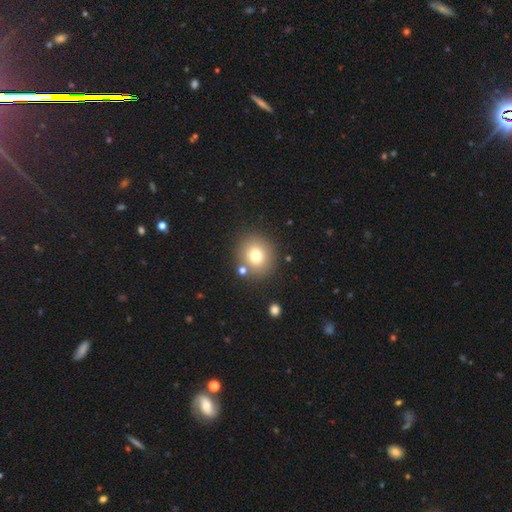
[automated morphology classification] Smooth or featured?
  - smooth: 75% *
  - star or artifact: 13%
  - featured or disk: 12%
How rounded?
  - round: 81% *
  - in between: 18%
  - cigar-shaped: 1%
Merging?
  - none: 82% *
  - minor disturbance: 8%
  - merger: 6%
  - major disturbance: 3%